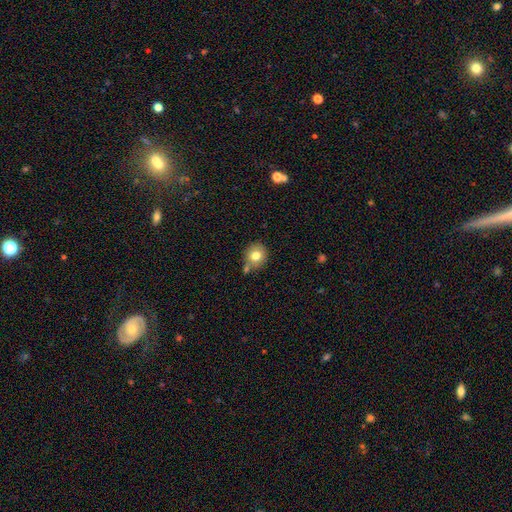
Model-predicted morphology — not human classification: smooth-or-featured: smooth: 77% | featured or disk: 12% | star or artifact: 10%
  how-rounded: round: 84% | in between: 15% | cigar-shaped: 1%
  merging: none: 67% | merger: 15% | minor disturbance: 15% | major disturbance: 4%